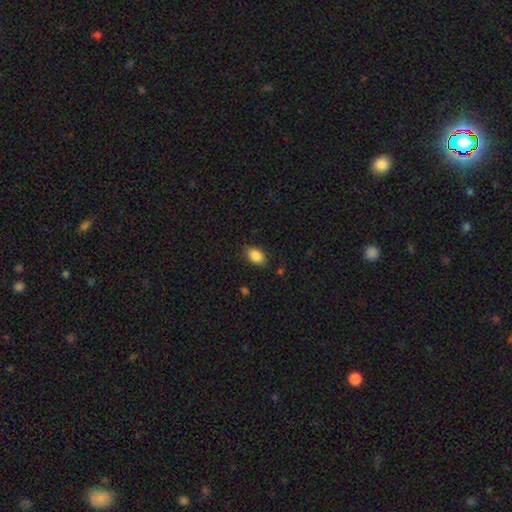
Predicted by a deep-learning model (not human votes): Smooth or featured?
  - smooth: 87% *
  - star or artifact: 8%
  - featured or disk: 5%
How rounded?
  - in between: 86% *
  - round: 12%
  - cigar-shaped: 1%
Merging?
  - none: 84% *
  - minor disturbance: 12%
  - major disturbance: 3%
  - merger: 1%